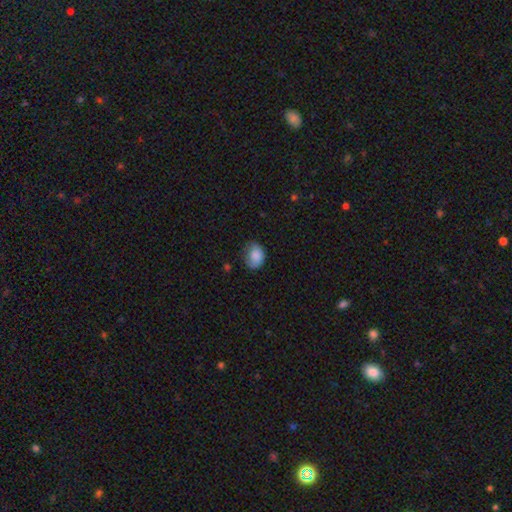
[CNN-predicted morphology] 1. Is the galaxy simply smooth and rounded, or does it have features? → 84% smooth, 9% featured or disk, 8% star or artifact.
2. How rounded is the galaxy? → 67% in between, 32% round, 1% cigar-shaped.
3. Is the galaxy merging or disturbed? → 53% none, 34% minor disturbance, 11% major disturbance, 2% merger.